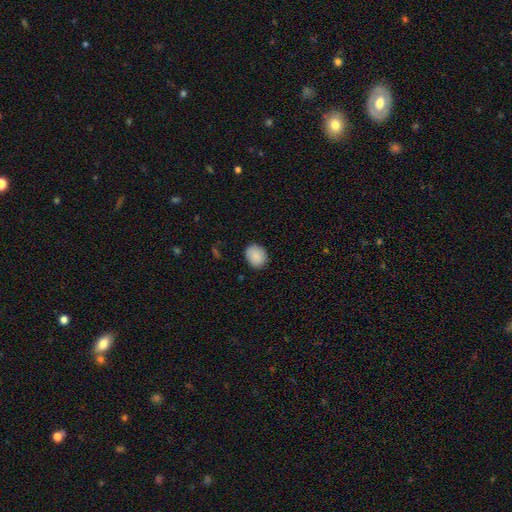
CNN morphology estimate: Smooth or featured: smooth — 89% (star or artifact — 7%)
How rounded: round — 57% (in between — 42%)
Merging: none — 84% (minor disturbance — 13%)